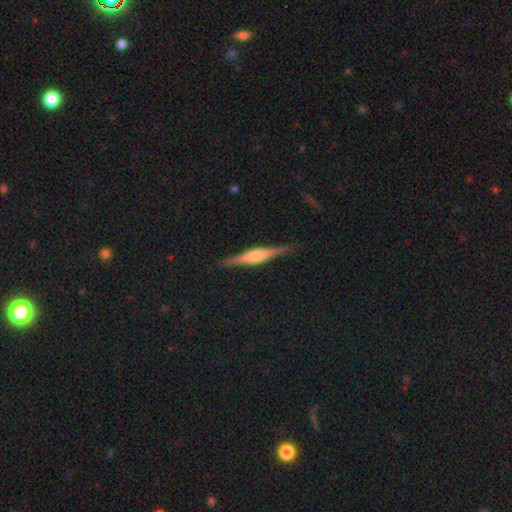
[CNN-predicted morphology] type=featured or disk (77%); edge-on=yes (98%); edge-on bulge=rounded (74%); merging=none (90%).